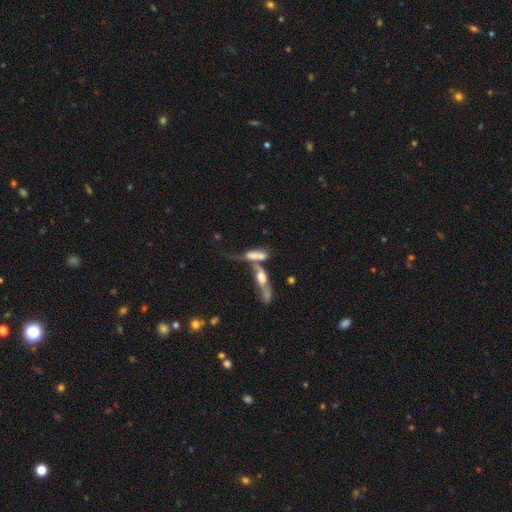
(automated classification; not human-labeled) smooth 50%, featured or disk 39%, star or artifact 11%. Down the decision tree: how rounded — in between (55%); merging — merger (64%).